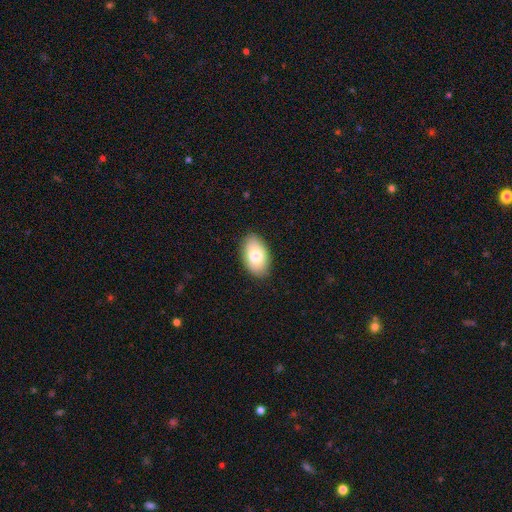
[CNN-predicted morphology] Smooth or featured? Predicted: smooth (p=0.75). How rounded? Predicted: in between (p=0.93). Merging? Predicted: none (p=0.86).